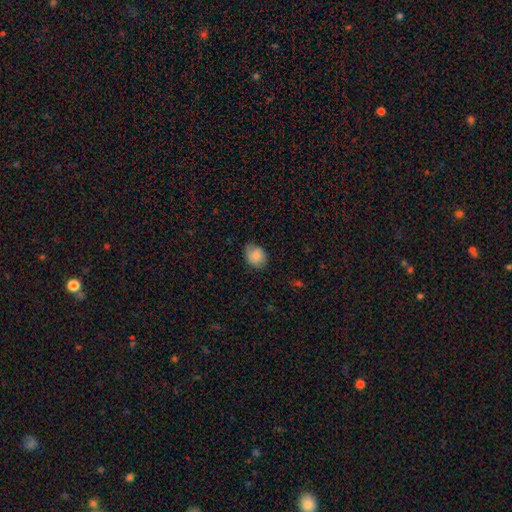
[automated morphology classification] Smooth or featured? Predicted: smooth (p=0.85). How rounded? Predicted: in between (p=0.50). Merging? Predicted: none (p=0.71).